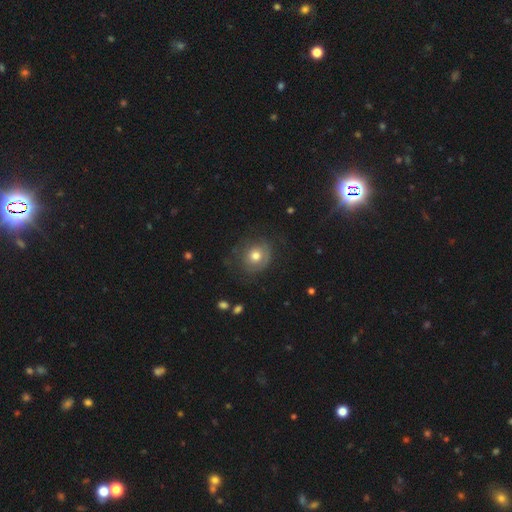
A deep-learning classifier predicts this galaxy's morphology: A smooth galaxy with no disk features (58%) that is round (75%). Merging: none (63%).